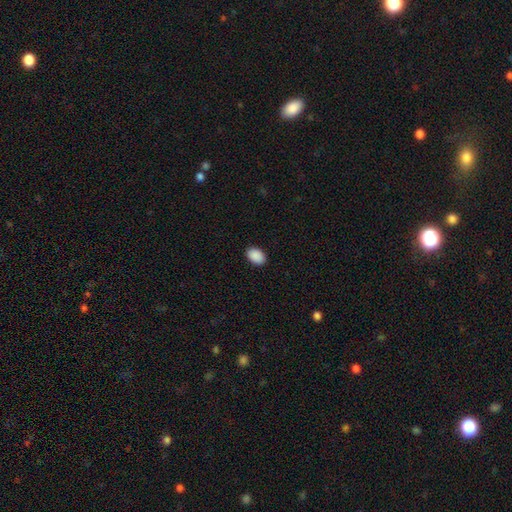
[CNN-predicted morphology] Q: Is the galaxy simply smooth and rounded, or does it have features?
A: smooth — 91%.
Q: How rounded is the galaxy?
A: in between — 83%.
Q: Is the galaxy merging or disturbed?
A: none — 90%.